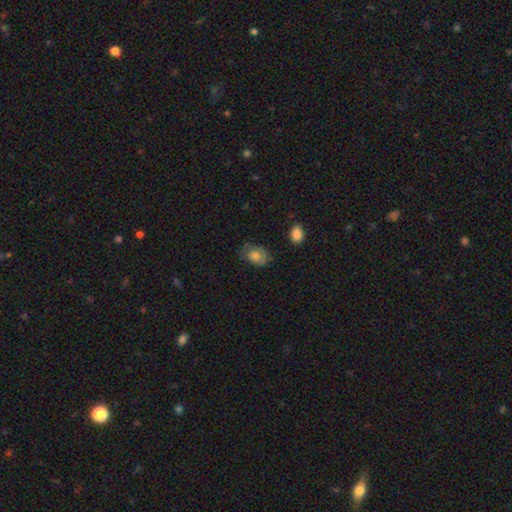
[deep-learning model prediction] Smooth or featured?
  - smooth: 73% *
  - featured or disk: 18%
  - star or artifact: 8%
How rounded?
  - in between: 75% *
  - round: 24%
  - cigar-shaped: 1%
Merging?
  - none: 58% *
  - minor disturbance: 30%
  - major disturbance: 10%
  - merger: 2%